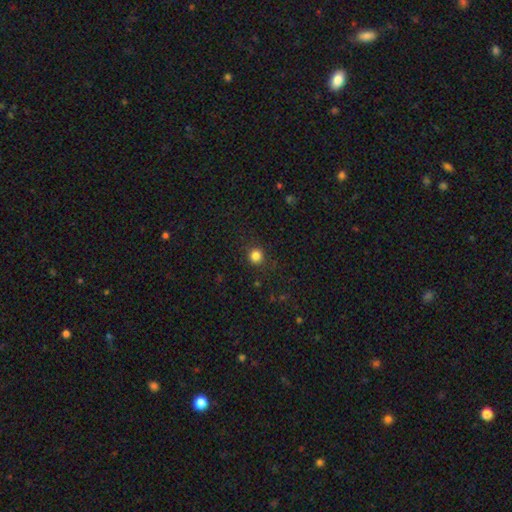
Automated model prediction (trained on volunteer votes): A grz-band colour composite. It shows a smooth galaxy with no disk features (83%) that is round (93%). Merging: none (89%).